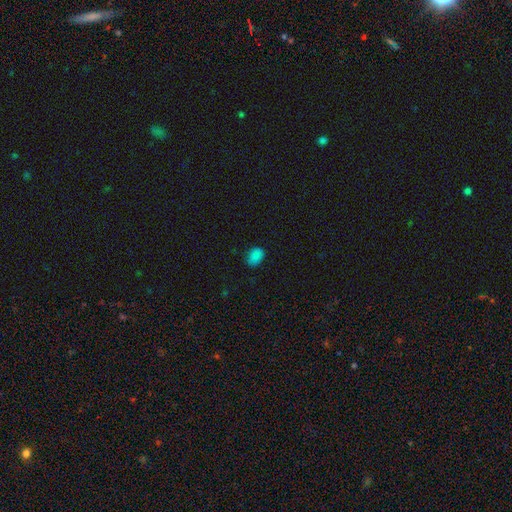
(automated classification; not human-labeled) Overall: smooth (85%). How rounded: in between (78%). Merging: none (79%).